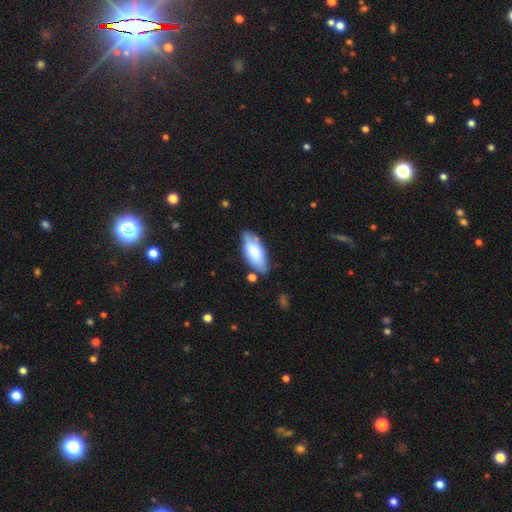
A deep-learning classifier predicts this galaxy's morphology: type=smooth (73%); roundness=in between (83%); merging=none (76%).